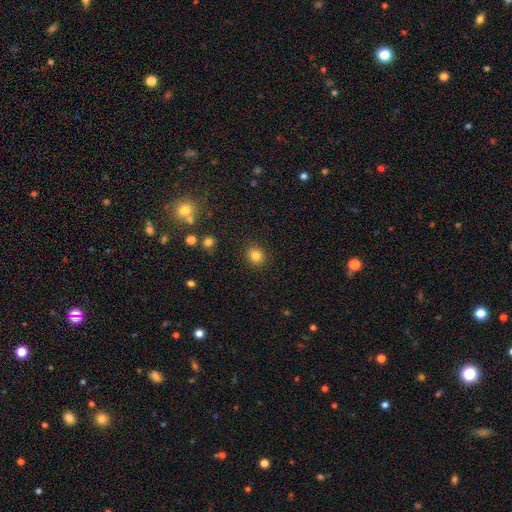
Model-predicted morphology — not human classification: smooth-or-featured: smooth: 83% | star or artifact: 12% | featured or disk: 5%
  how-rounded: round: 82% | in between: 17% | cigar-shaped: 1%
  merging: none: 89% | minor disturbance: 7% | major disturbance: 2% | merger: 2%